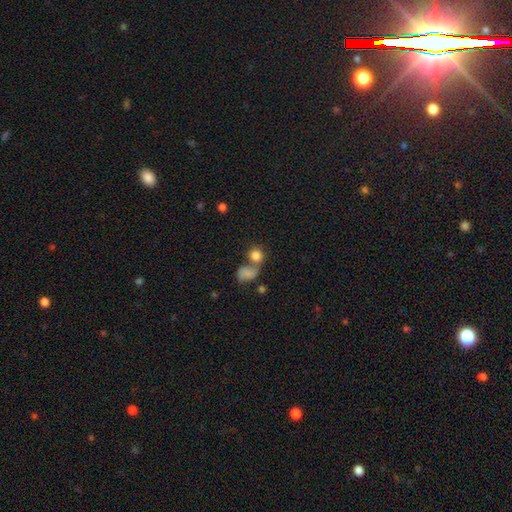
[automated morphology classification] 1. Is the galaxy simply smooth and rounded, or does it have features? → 81% smooth, 11% star or artifact, 9% featured or disk.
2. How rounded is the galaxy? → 77% round, 22% in between, 1% cigar-shaped.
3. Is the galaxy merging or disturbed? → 46% merger, 39% none, 9% minor disturbance, 6% major disturbance.